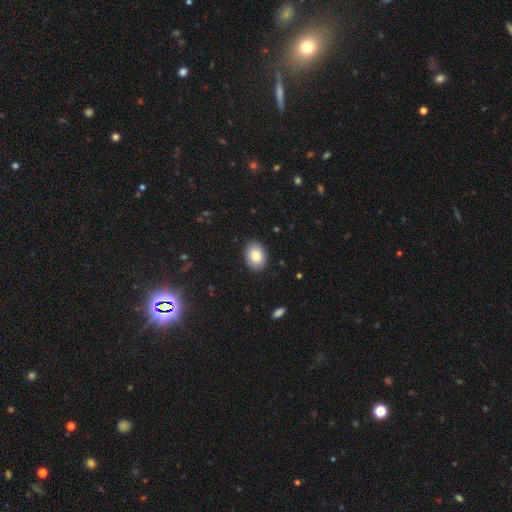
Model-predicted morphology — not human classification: type=smooth (85%); roundness=in between (74%); merging=none (89%).